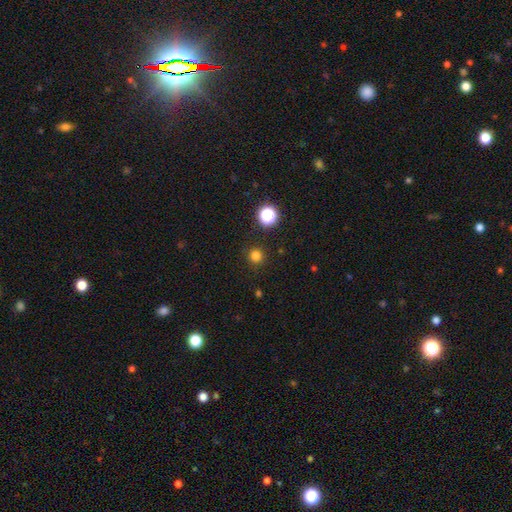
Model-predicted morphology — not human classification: type=smooth (79%); roundness=round (94%); merging=none (90%).